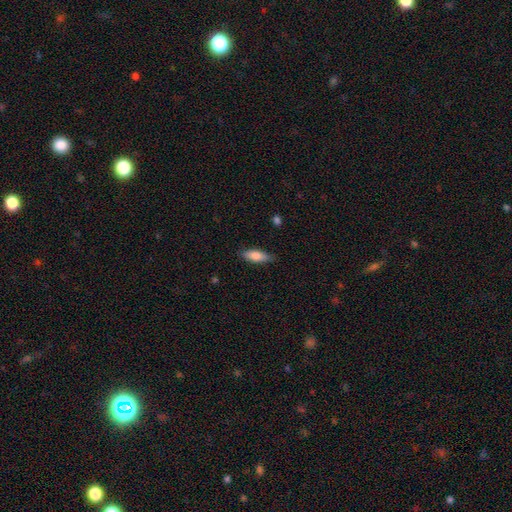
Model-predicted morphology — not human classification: Smooth or featured: smooth — 80% (featured or disk — 13%)
How rounded: in between — 62% (cigar-shaped — 36%)
Merging: none — 79% (minor disturbance — 17%)